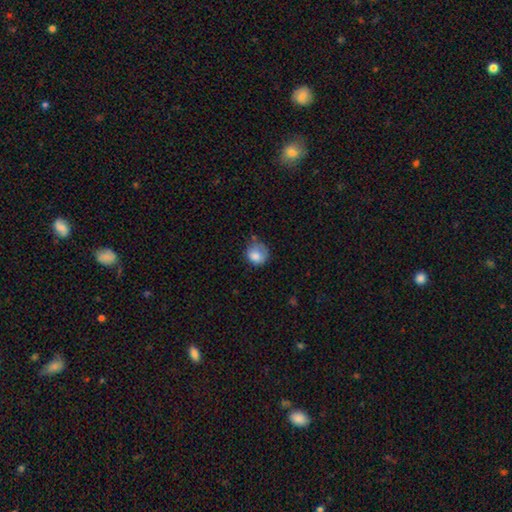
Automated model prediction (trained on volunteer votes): This is clearly a smooth galaxy (81%). How rounded: likely round (76%). Merging: possibly none (46%).